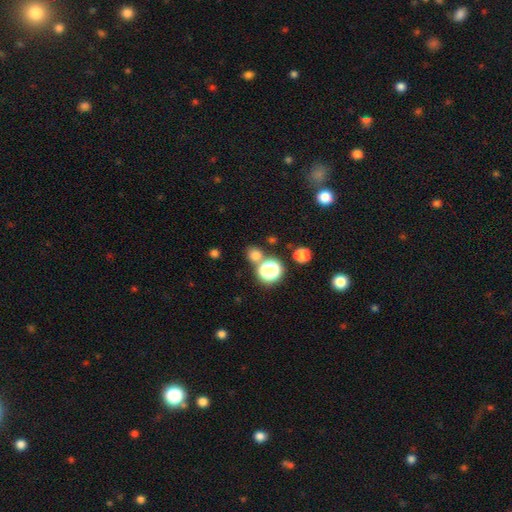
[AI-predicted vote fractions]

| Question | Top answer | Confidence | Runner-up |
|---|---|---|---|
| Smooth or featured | smooth | 72% | star or artifact (22%) |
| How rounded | round | 82% | in between (17%) |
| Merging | none | 69% | merger (19%) |